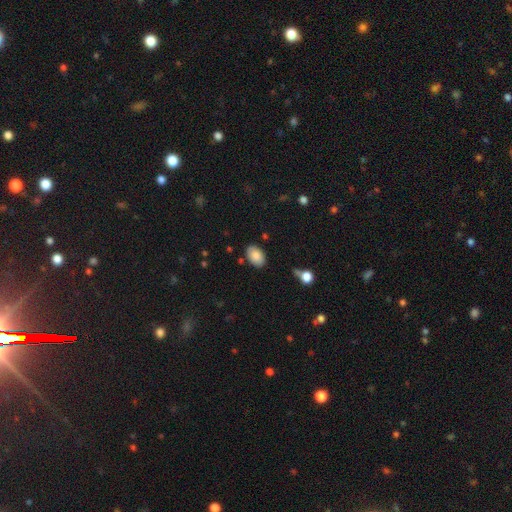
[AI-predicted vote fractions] Overall: smooth (86%). How rounded: in between (90%). Merging: none (84%).